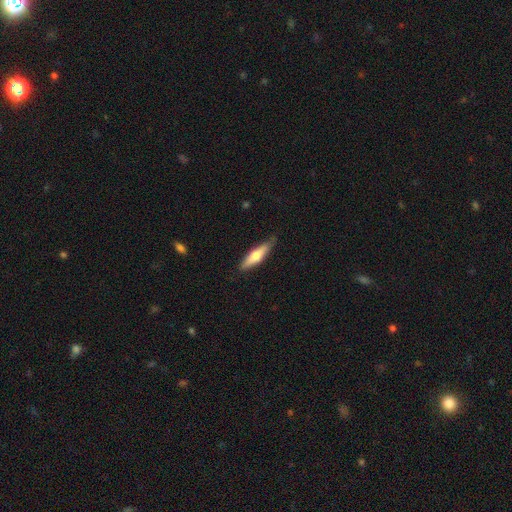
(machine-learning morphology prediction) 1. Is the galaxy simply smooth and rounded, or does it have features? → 60% smooth, 35% featured or disk, 5% star or artifact.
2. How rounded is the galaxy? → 67% cigar-shaped, 32% in between, 2% round.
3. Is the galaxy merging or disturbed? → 83% none, 14% minor disturbance, 2% major disturbance, 1% merger.